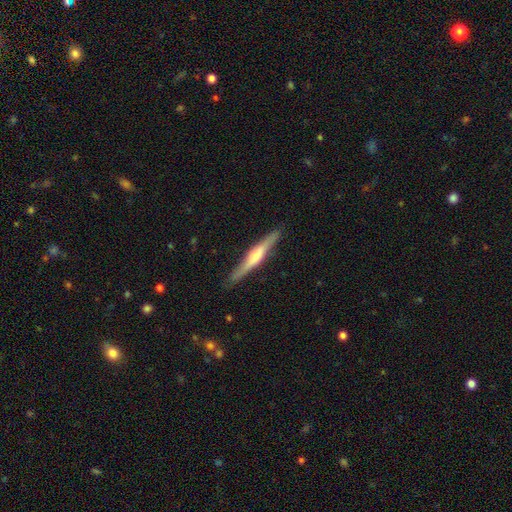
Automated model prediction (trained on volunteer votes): This is likely a featured or disk galaxy (69%). It is clearly viewed edge-on (97%). Edge-on bulge: likely rounded (72%). Merging: clearly none (87%).